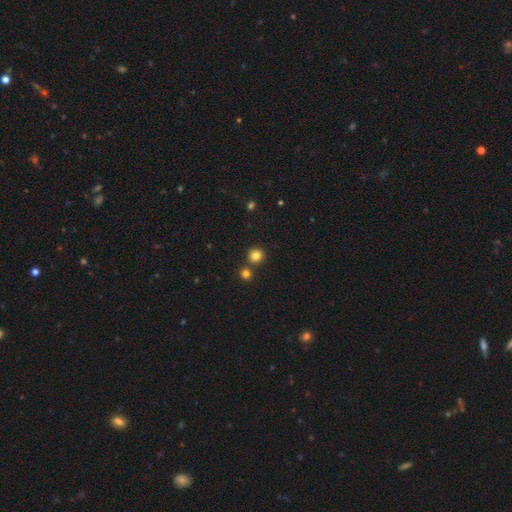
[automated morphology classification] Smooth or featured? smooth (82%)
How rounded? round (92%)
Merging? none (79%)